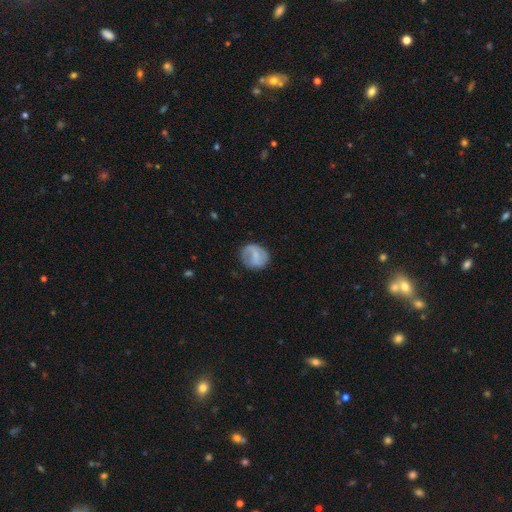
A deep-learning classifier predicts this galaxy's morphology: Smooth or featured? smooth (52%)
How rounded? round (68%)
Merging? none (73%)